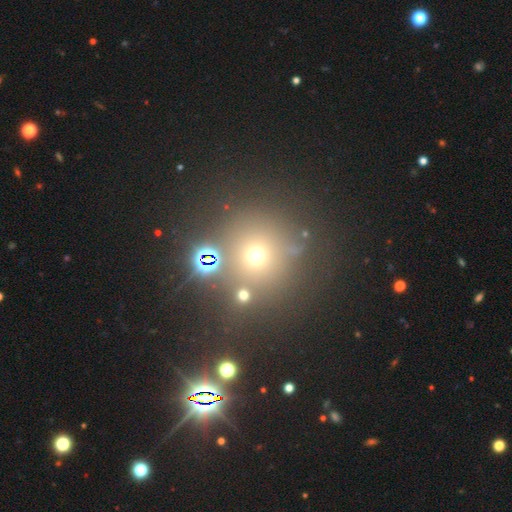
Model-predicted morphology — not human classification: This appears to be a smooth galaxy with no disk features (59%) that is round (89%). Merging: none (69%).